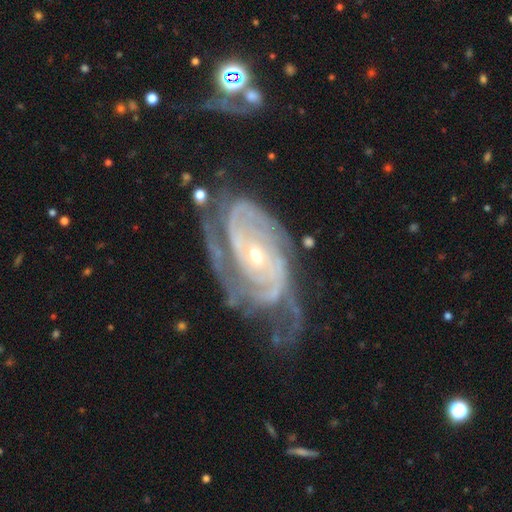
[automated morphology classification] Smooth or featured?
  - featured or disk: 91% *
  - star or artifact: 5%
  - smooth: 4%
Edge-on disk?
  - no: 96% *
  - yes: 4%
Bar?
  - no: 63% *
  - weak: 25%
  - strong: 12%
Spiral arms?
  - yes: 97% *
  - no: 3%
Spiral winding?
  - tight: 63% *
  - medium: 30%
  - loose: 7%
Spiral arm count?
  - 2: 36% *
  - 3: 23%
  - can't tell: 20%
  - 4: 10%
  - more than 4: 6%
  - 1: 6%
Bulge size?
  - small: 64% *
  - moderate: 33%
  - large: 2%
  - none: 1%
  - dominant: 1%
Merging?
  - none: 52% *
  - minor disturbance: 25%
  - major disturbance: 19%
  - merger: 4%